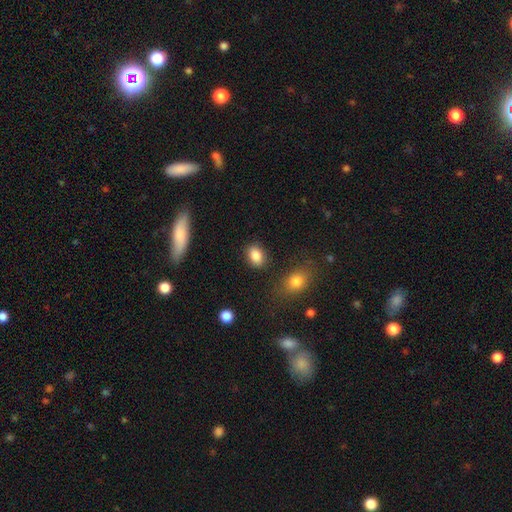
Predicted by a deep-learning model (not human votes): Smooth or featured? Predicted: smooth (p=0.86). How rounded? Predicted: in between (p=0.77). Merging? Predicted: none (p=0.84).